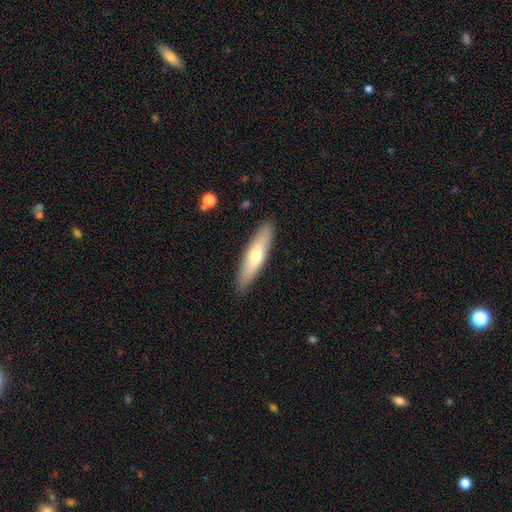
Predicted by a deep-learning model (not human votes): Smooth or featured? smooth (62%)
How rounded? cigar-shaped (71%)
Merging? none (88%)